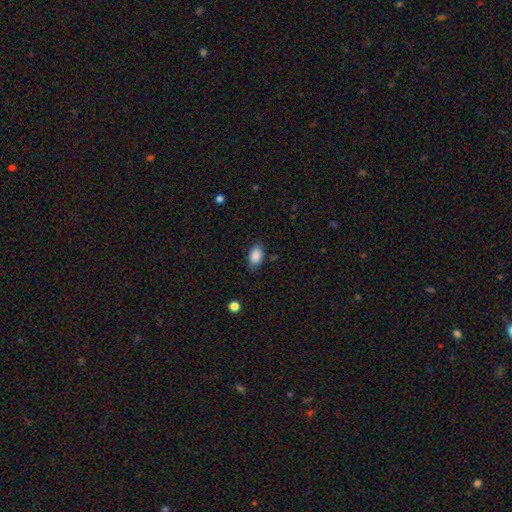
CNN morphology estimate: smooth 88%, star or artifact 7%, featured or disk 5%. Down the decision tree: how rounded — in between (91%); merging — none (79%).